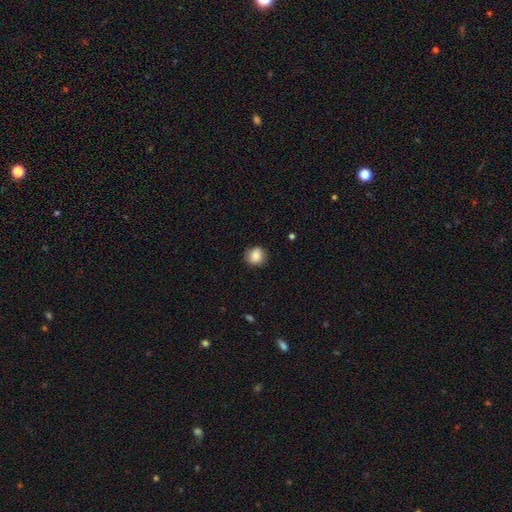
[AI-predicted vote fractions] Smooth or featured?
  - smooth: 84% *
  - star or artifact: 9%
  - featured or disk: 7%
How rounded?
  - round: 86% *
  - in between: 13%
  - cigar-shaped: 1%
Merging?
  - none: 82% *
  - minor disturbance: 14%
  - major disturbance: 3%
  - merger: 1%